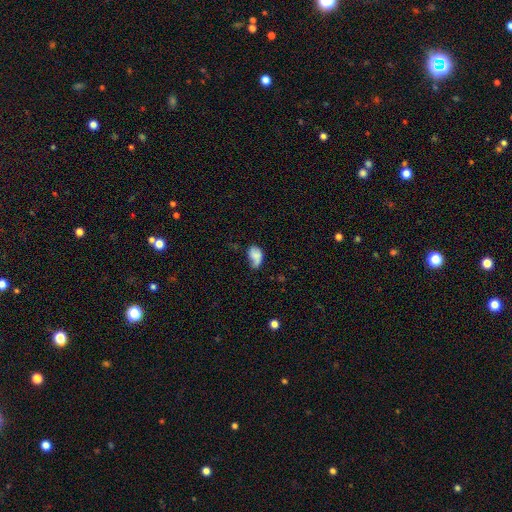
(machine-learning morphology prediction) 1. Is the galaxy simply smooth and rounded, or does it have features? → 67% smooth, 24% featured or disk, 9% star or artifact.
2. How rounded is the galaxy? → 87% in between, 11% round, 2% cigar-shaped.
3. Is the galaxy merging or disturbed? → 37% minor disturbance, 34% none, 23% major disturbance, 6% merger.